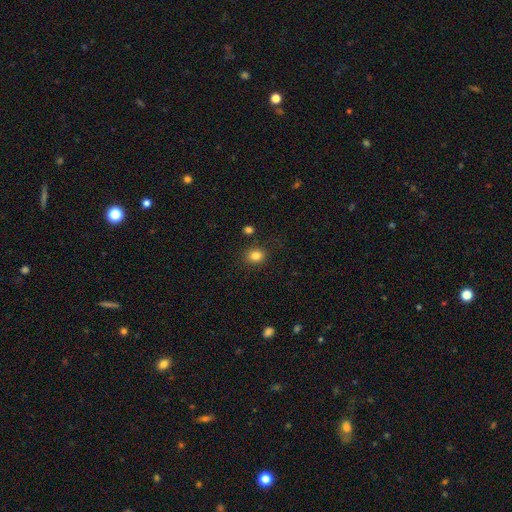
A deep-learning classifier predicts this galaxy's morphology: A smooth galaxy with no disk features (83%) that is round (62%).

Vote fractions:
- Smooth or featured? smooth: 83% / star or artifact: 11% / featured or disk: 6%
- How rounded? round: 62% / in between: 37% / cigar-shaped: 1%
- Merging? none: 83% / minor disturbance: 11% / merger: 3% / major disturbance: 3%